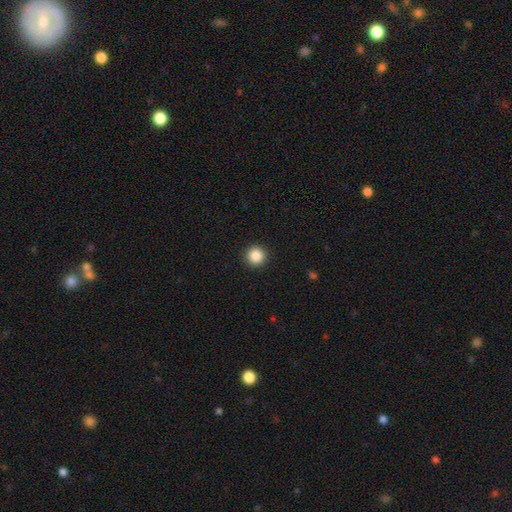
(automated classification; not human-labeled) Overall: smooth (87%). How rounded: round (96%). Merging: none (93%).